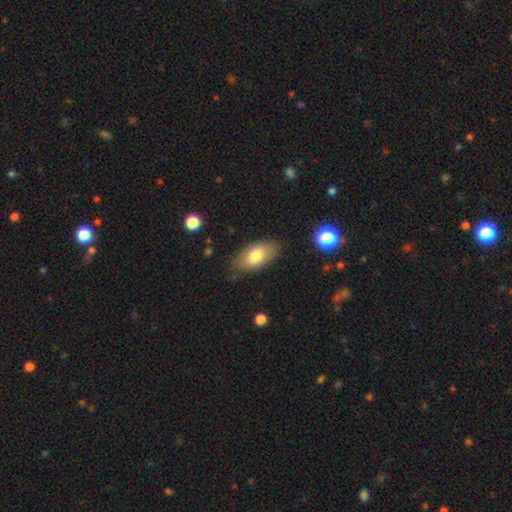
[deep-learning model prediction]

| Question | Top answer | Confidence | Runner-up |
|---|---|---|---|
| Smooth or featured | smooth | 77% | featured or disk (17%) |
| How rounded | in between | 92% | cigar-shaped (4%) |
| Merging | none | 80% | minor disturbance (14%) |